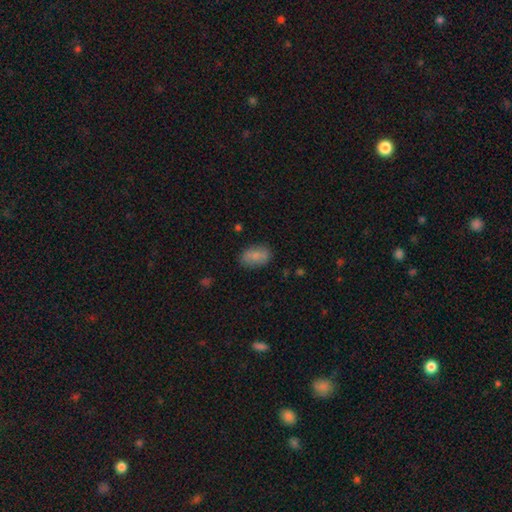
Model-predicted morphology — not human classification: A smooth galaxy with no disk features (81%) that is in between round and cigar-shaped (89%). Merging: none (81%).